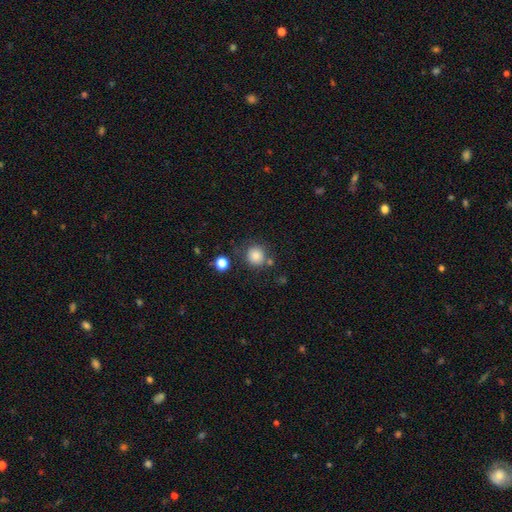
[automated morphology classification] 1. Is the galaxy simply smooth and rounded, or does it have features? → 84% smooth, 11% star or artifact, 6% featured or disk.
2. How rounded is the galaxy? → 91% round, 8% in between, 1% cigar-shaped.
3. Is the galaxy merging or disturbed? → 74% none, 13% minor disturbance, 8% merger, 5% major disturbance.